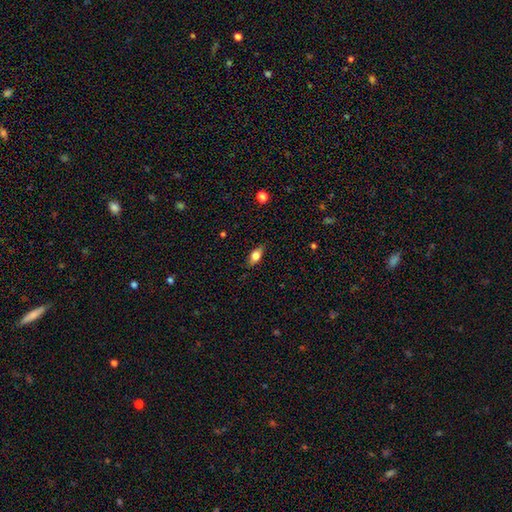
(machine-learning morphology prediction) Overall: smooth (74%). How rounded: in between (81%). Merging: none (83%).